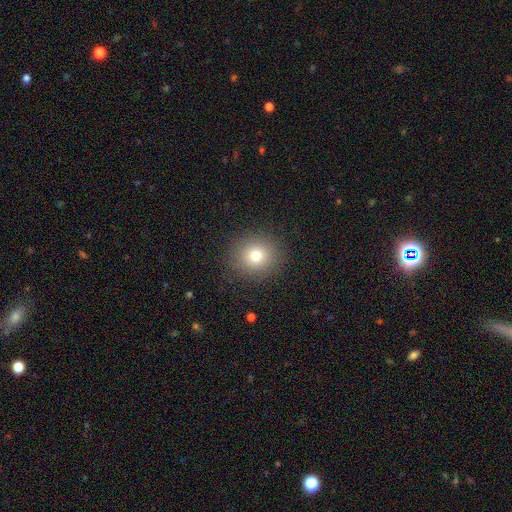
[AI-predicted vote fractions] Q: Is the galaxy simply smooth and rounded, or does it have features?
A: smooth — 76%.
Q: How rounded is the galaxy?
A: round — 90%.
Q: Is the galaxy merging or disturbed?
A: none — 89%.